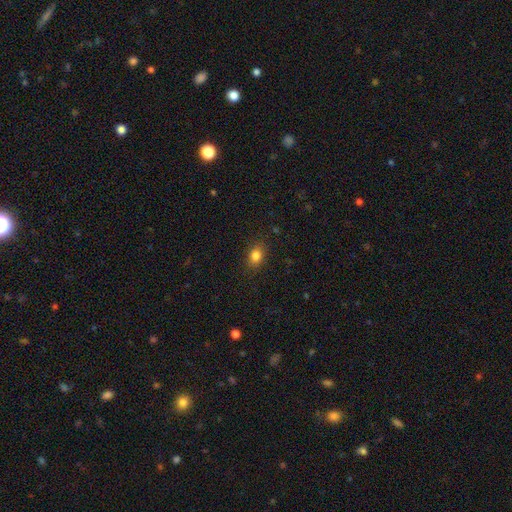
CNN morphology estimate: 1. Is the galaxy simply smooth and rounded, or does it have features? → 83% smooth, 11% star or artifact, 6% featured or disk.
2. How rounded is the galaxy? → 62% in between, 37% round, 1% cigar-shaped.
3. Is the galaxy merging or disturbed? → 86% none, 10% minor disturbance, 3% major disturbance, 1% merger.